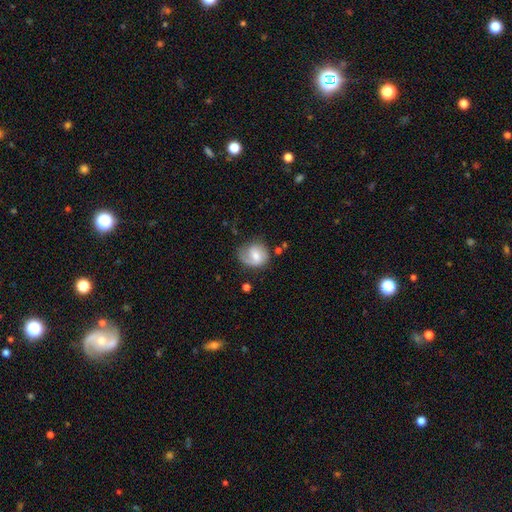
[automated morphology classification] A featured or disk galaxy (49%). Merging: none (57%).